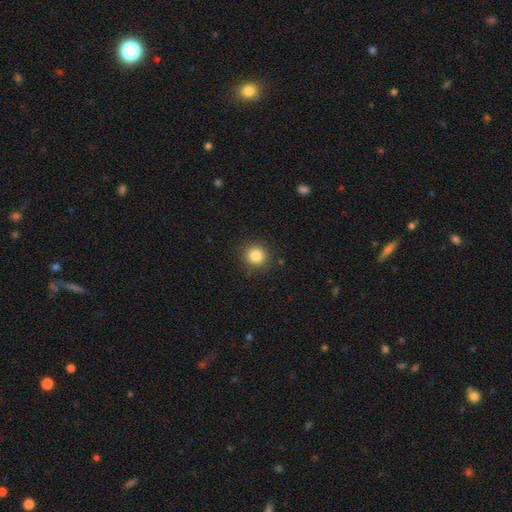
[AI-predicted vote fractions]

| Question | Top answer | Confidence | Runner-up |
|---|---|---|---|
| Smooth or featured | smooth | 85% | star or artifact (11%) |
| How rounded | round | 93% | in between (6%) |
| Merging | none | 90% | minor disturbance (7%) |